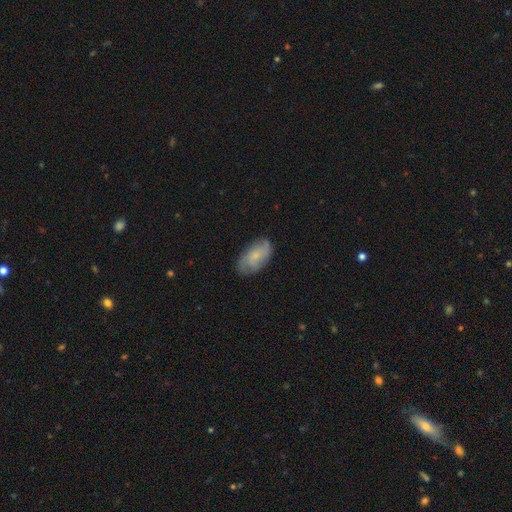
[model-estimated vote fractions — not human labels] This is possibly a smooth galaxy (52%). How rounded: clearly in between (92%). Merging: likely none (77%).